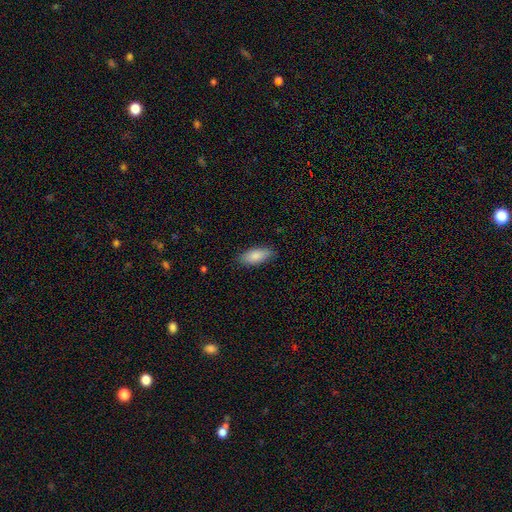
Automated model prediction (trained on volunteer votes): Smooth or featured: smooth — 86% (featured or disk — 8%)
How rounded: in between — 83% (cigar-shaped — 15%)
Merging: none — 86% (minor disturbance — 11%)